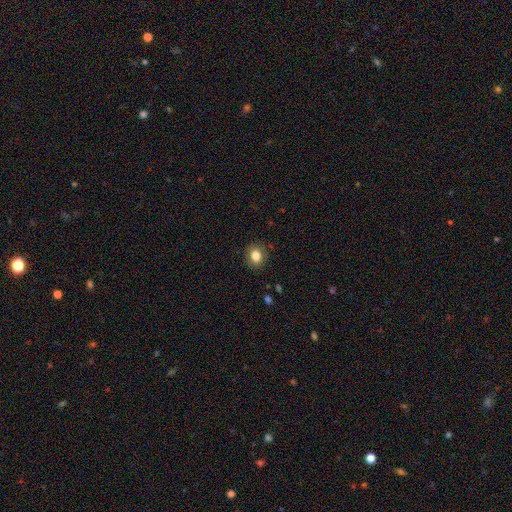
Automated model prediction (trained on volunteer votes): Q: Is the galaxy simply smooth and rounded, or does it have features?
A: smooth — 82%.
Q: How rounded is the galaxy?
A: round — 55%.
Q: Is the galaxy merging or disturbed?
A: none — 87%.